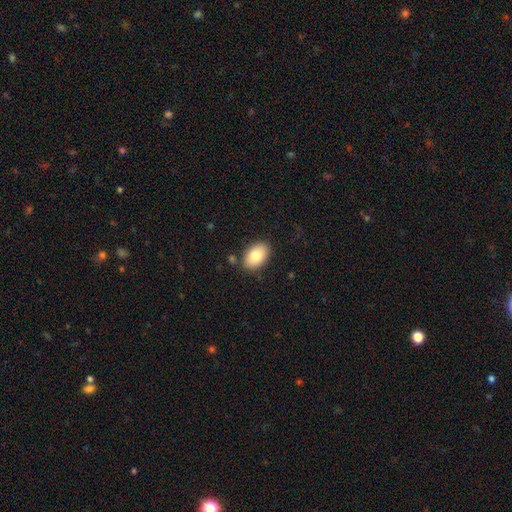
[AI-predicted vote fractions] Q: Smooth or featured?
A: smooth (81%); runner-up: featured or disk (12%)
Q: How rounded?
A: in between (89%); runner-up: round (10%)
Q: Merging?
A: none (84%); runner-up: minor disturbance (11%)